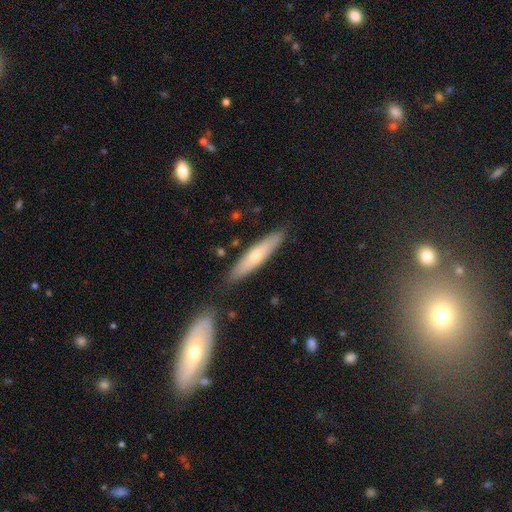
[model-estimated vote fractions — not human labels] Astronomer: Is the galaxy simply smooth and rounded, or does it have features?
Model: smooth — 55% (runner-up: featured or disk, 39%).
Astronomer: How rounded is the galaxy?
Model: cigar-shaped — 82%.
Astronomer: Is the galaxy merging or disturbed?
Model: none — 84%.